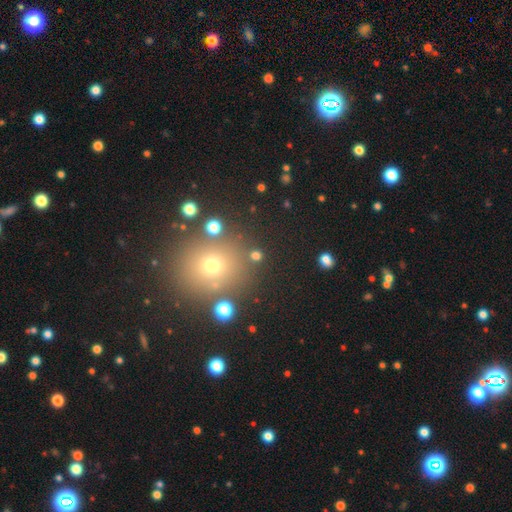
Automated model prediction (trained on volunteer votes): Smooth or featured? Predicted: smooth (p=0.69). How rounded? Predicted: round (p=0.87). Merging? Predicted: none (p=0.81).